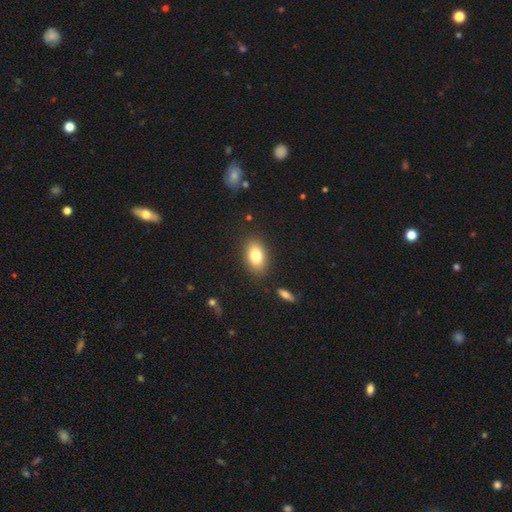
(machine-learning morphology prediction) A smooth galaxy with no disk features (79%) that is in between round and cigar-shaped (87%). Merging: none (85%).